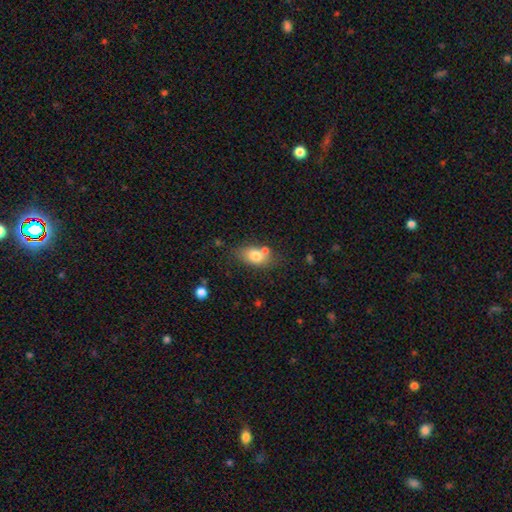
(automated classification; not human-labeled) smooth_or_featured: smooth (p=0.76) [alt: featured or disk p=0.15]
how_rounded: in between (p=0.81) [alt: round p=0.16]
merging: none (p=0.57) [alt: merger p=0.22]